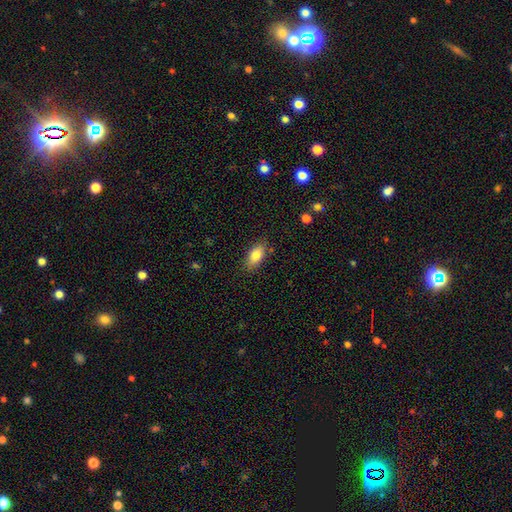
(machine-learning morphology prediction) A smooth galaxy with no disk features (83%) that is in between round and cigar-shaped (88%). Merging: none (83%).